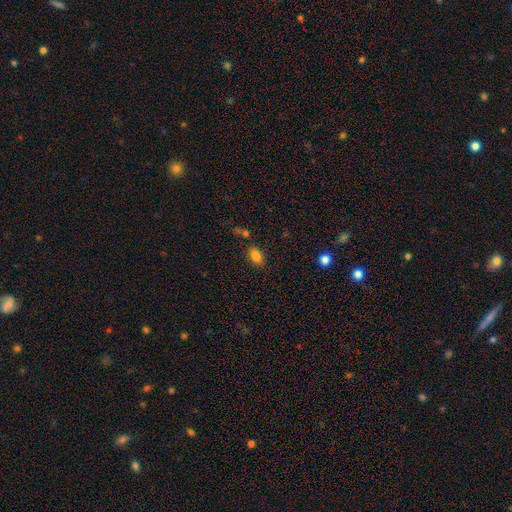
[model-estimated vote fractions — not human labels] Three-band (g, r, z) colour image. It shows a smooth galaxy with no disk features (81%) that is in between round and cigar-shaped (88%). Merging: none (71%).